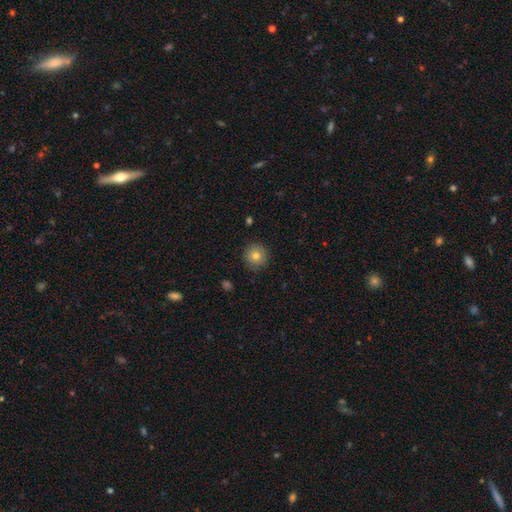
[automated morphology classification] A smooth galaxy with no disk features (79%) that is round (95%). Merging: none (90%).